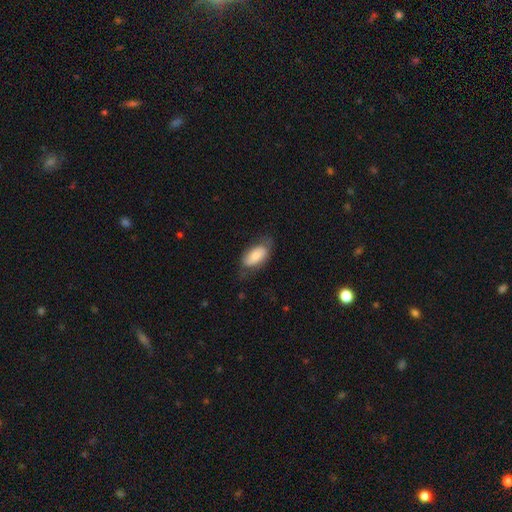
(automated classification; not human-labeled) Q: Smooth or featured?
A: smooth (75%); runner-up: featured or disk (19%)
Q: How rounded?
A: in between (93%); runner-up: cigar-shaped (4%)
Q: Merging?
A: none (58%); runner-up: minor disturbance (29%)